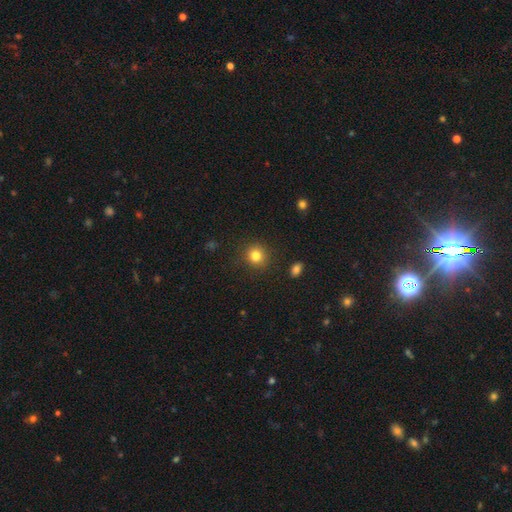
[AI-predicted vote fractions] Smooth or featured? Predicted: smooth (p=0.82). How rounded? Predicted: round (p=0.91). Merging? Predicted: none (p=0.90).